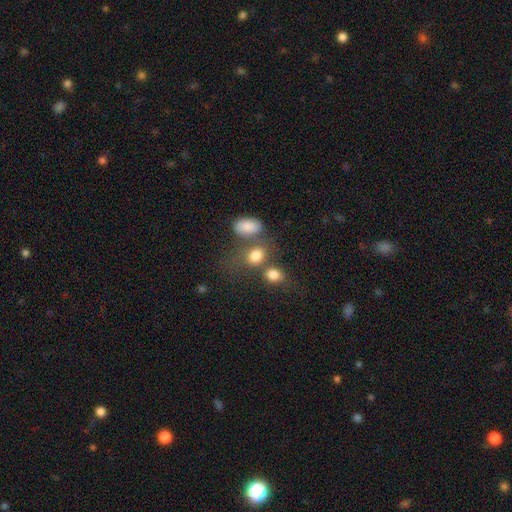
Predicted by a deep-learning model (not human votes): Smooth or featured? Predicted: smooth (p=0.80). How rounded? Predicted: in between (p=0.61). Merging? Predicted: none (p=0.44).